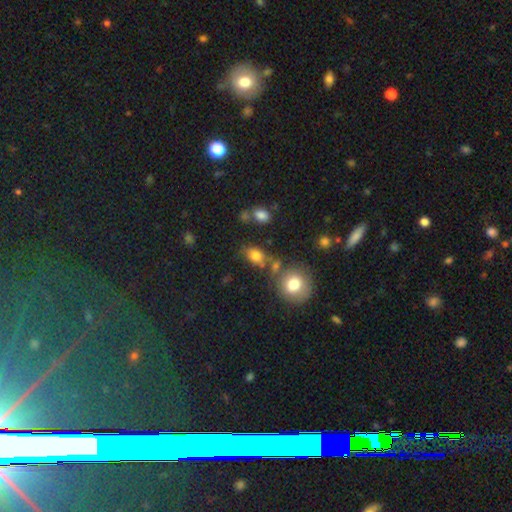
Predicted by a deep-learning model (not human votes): Smooth or featured?
  - smooth: 78% *
  - star or artifact: 13%
  - featured or disk: 10%
How rounded?
  - in between: 73% *
  - round: 25%
  - cigar-shaped: 2%
Merging?
  - none: 60% *
  - minor disturbance: 17%
  - merger: 16%
  - major disturbance: 7%